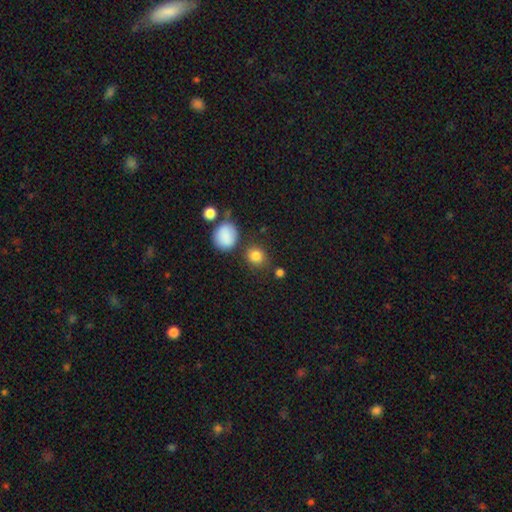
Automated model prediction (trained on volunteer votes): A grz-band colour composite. It shows a smooth galaxy with no disk features (84%) that is round (77%). Merging: none (77%).